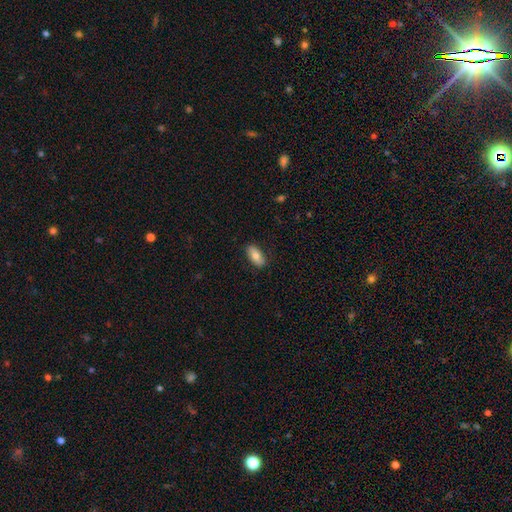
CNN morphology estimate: smooth_or_featured: smooth (p=0.77) [alt: featured or disk p=0.16]
how_rounded: in between (p=0.90) [alt: cigar-shaped p=0.07]
merging: none (p=0.86) [alt: minor disturbance p=0.11]